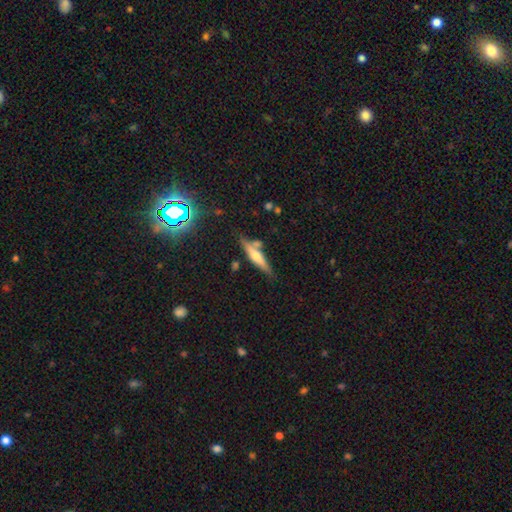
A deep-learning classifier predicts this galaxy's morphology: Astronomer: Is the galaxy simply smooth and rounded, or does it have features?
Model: featured or disk — 51% (runner-up: smooth, 40%).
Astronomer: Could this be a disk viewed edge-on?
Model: yes — 92%.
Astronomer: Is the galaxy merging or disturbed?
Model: none — 68%.